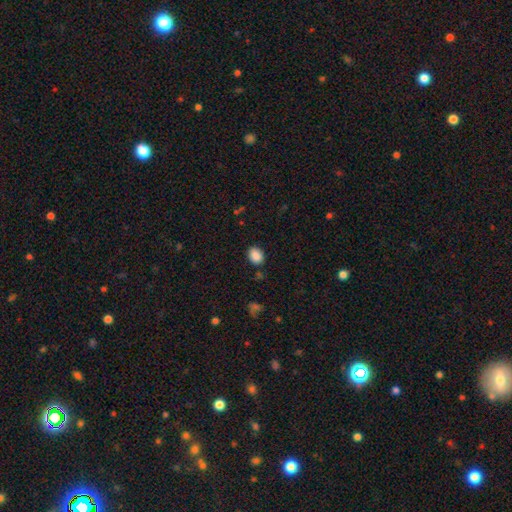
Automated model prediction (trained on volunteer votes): smooth 88%, star or artifact 9%, featured or disk 3%. Down the decision tree: how rounded — in between (60%); merging — none (85%).